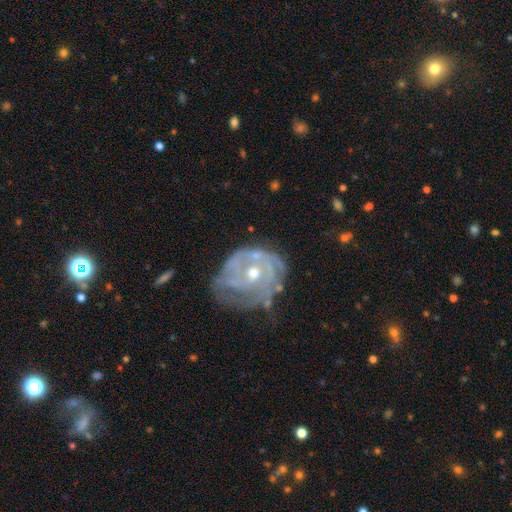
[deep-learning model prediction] smooth_or_featured: featured or disk (p=0.81) [alt: smooth p=0.12]
disk_edge_on: no (p=0.97) [alt: yes p=0.03]
bar: no (p=0.77) [alt: weak p=0.18]
has_spiral_arms: yes (p=0.81) [alt: no p=0.19]
spiral_winding: tight (p=0.65) [alt: medium p=0.26]
spiral_arm_count: can't tell (p=0.45) [alt: 2 p=0.18]
bulge_size: moderate (p=0.66) [alt: small p=0.29]
merging: none (p=0.47) [alt: minor disturbance p=0.28]